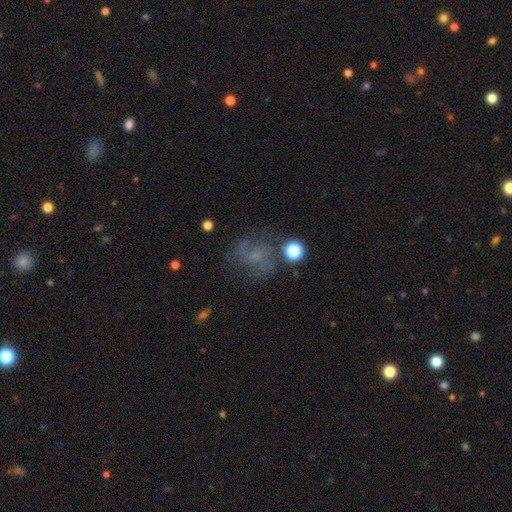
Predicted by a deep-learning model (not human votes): A featured or disk galaxy (54%) with no bar (57%), spiral arms (83%) and a small central bulge (45%). Merging: none (62%).